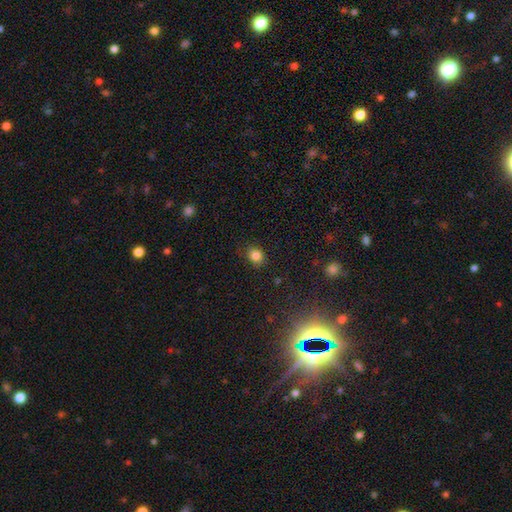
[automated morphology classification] type=smooth (83%); roundness=round (62%); merging=none (83%).